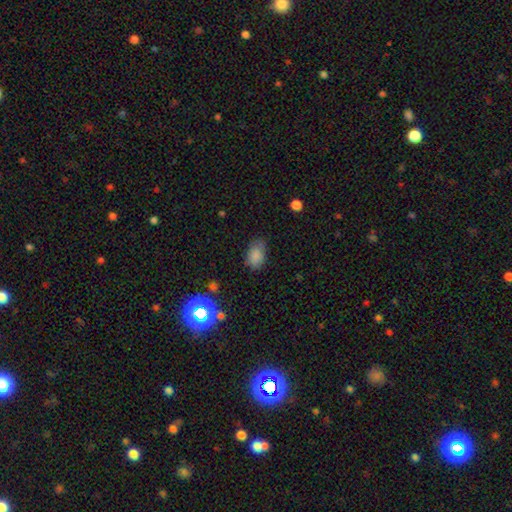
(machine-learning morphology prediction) A smooth galaxy with no disk features (81%) that is in between round and cigar-shaped (86%). Merging: none (68%).